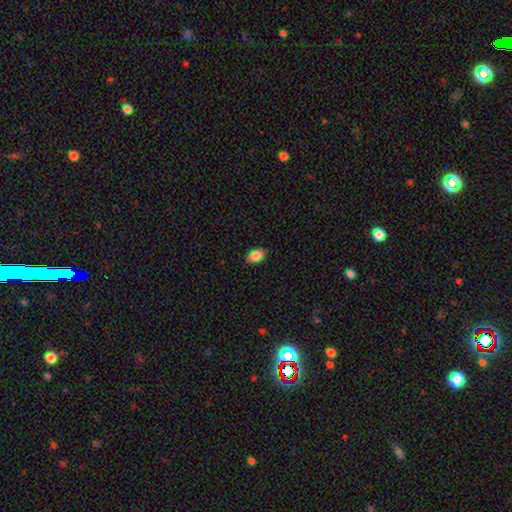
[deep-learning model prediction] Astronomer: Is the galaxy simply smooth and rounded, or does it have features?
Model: smooth — 87%.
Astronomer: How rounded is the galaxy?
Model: in between — 82%.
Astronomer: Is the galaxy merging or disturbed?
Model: none — 88%.